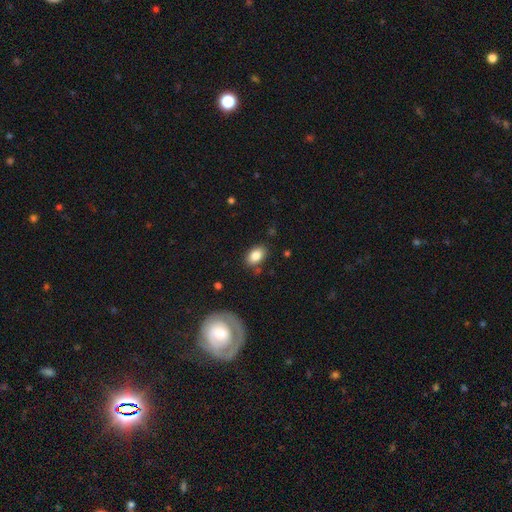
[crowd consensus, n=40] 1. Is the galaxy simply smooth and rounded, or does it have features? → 95% smooth, 2% featured or disk, 2% star or artifact.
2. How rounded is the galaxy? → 92% in between, 8% round, 0% cigar-shaped.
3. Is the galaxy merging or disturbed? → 90% none, 8% minor disturbance, 3% merger, 0% major disturbance.